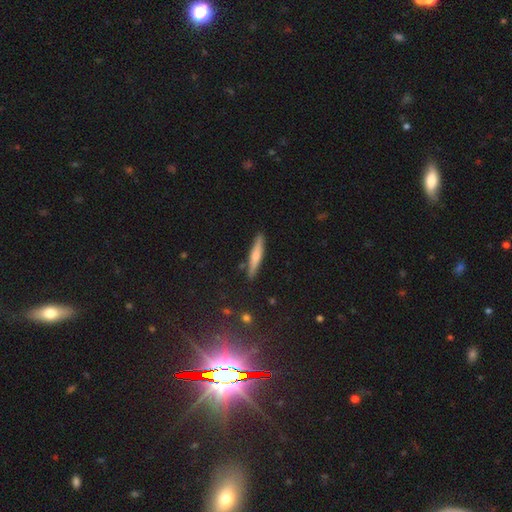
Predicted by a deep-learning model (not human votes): Smooth or featured? smooth (57%)
How rounded? cigar-shaped (90%)
Merging? none (87%)